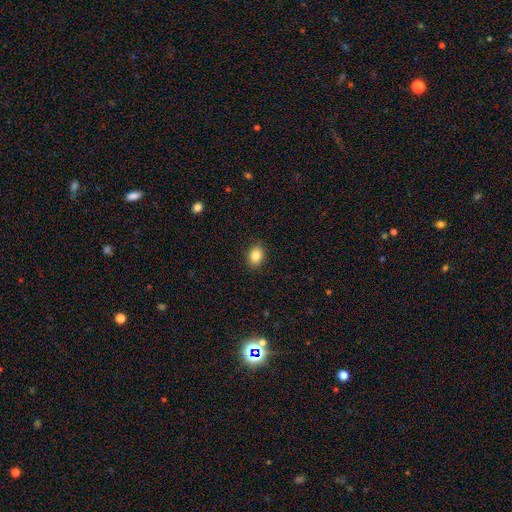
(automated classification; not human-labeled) smooth 85%, star or artifact 9%, featured or disk 6%. Down the decision tree: how rounded — in between (61%); merging — none (89%).